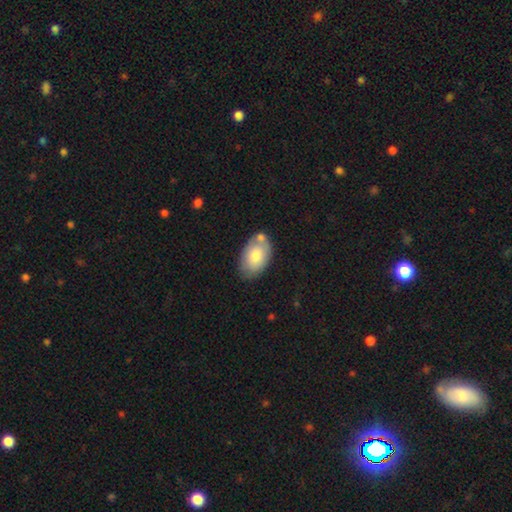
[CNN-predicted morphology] smooth_or_featured: smooth (p=0.76) [alt: featured or disk p=0.18]
how_rounded: in between (p=0.91) [alt: round p=0.08]
merging: none (p=0.62) [alt: minor disturbance p=0.19]